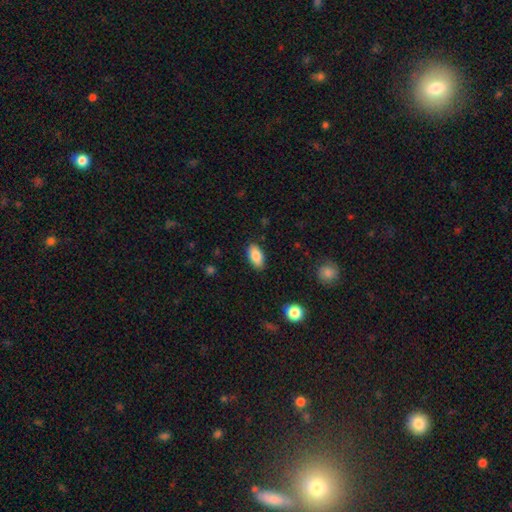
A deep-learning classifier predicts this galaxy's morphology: Smooth or featured: smooth — 86% (featured or disk — 7%)
How rounded: in between — 91% (cigar-shaped — 6%)
Merging: none — 87% (minor disturbance — 10%)